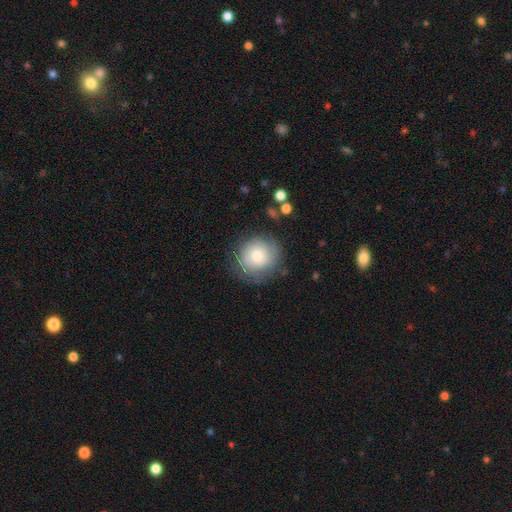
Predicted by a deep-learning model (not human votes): Q: Smooth or featured?
A: smooth (70%); runner-up: featured or disk (22%)
Q: How rounded?
A: round (87%); runner-up: in between (12%)
Q: Merging?
A: none (75%); runner-up: minor disturbance (16%)